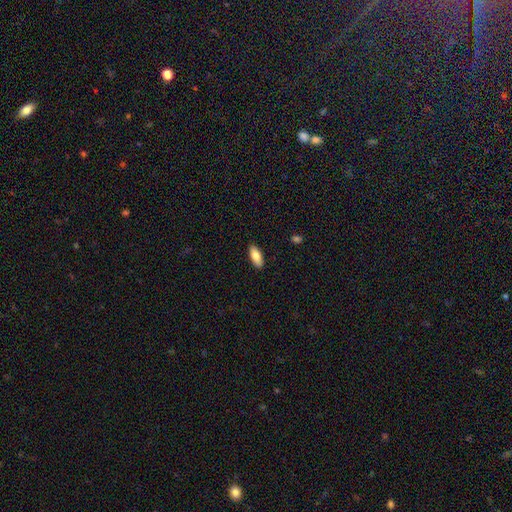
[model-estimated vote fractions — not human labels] Overall: smooth (81%). How rounded: in between (80%). Merging: none (89%).